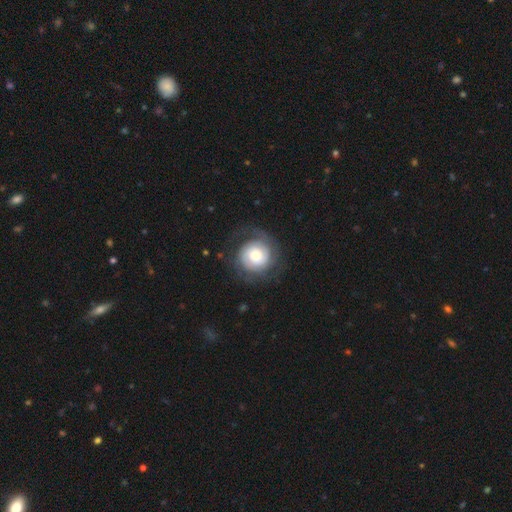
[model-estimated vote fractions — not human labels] Morphology: type=featured or disk (63%); edge-on=no (98%); bar=no (77%); spiral arms=yes (91%); winding=tight (57%); arm count=2 (53%); bulge=large (35%, tied with moderate); merging=none (71%).